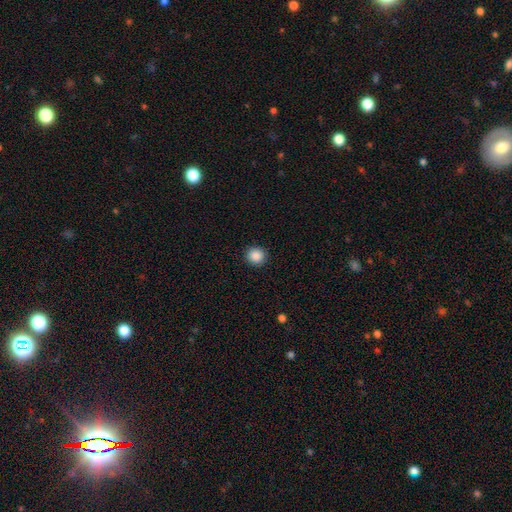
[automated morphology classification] This appears to be a smooth galaxy with no disk features (88%) that is round (90%). Merging: none (92%).